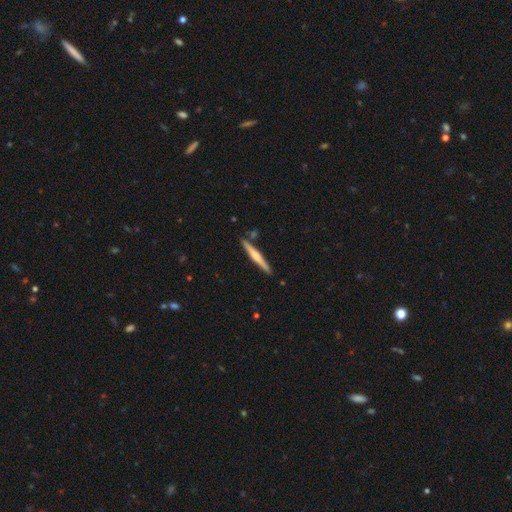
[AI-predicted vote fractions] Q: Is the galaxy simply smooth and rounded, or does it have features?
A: featured or disk — 56%.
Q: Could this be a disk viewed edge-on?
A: yes — 98%.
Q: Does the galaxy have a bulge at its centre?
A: rounded — 67%.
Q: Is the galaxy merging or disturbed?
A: none — 88%.